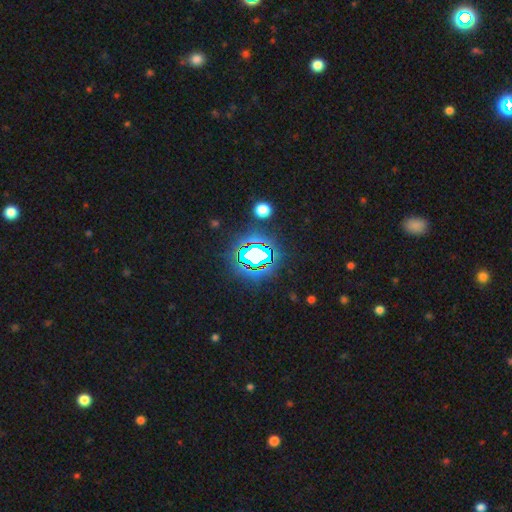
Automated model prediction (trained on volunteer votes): A star or artifact, not a galaxy (69%).